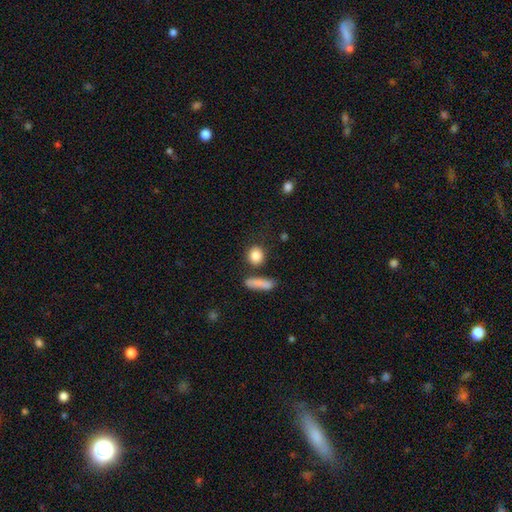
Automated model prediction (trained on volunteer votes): A smooth galaxy with no disk features (86%) that is round (74%). Merging: none (79%).